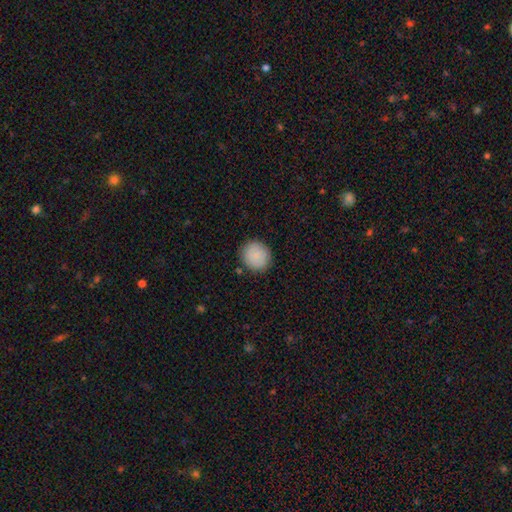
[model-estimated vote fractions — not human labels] A smooth galaxy with no disk features (88%) that is round (89%).

Vote fractions:
- Smooth or featured? smooth: 88% / star or artifact: 7% / featured or disk: 5%
- How rounded? round: 89% / in between: 10% / cigar-shaped: 1%
- Merging? none: 89% / minor disturbance: 8% / major disturbance: 2% / merger: 1%